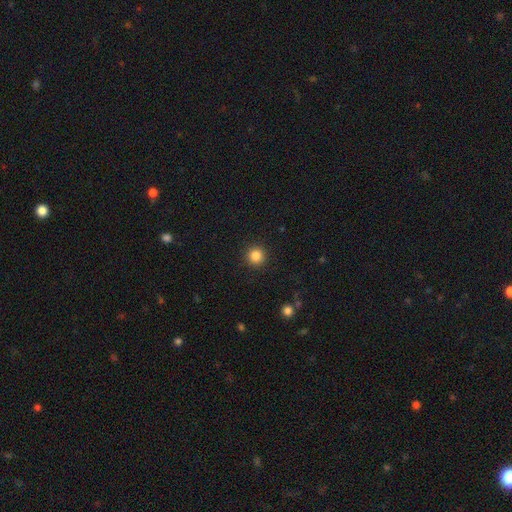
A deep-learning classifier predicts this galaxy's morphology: The model was most divided on "smooth or featured": smooth: 85%, star or artifact: 11%, featured or disk: 4%. More confident: how rounded — round (96%); merging — none (93%).